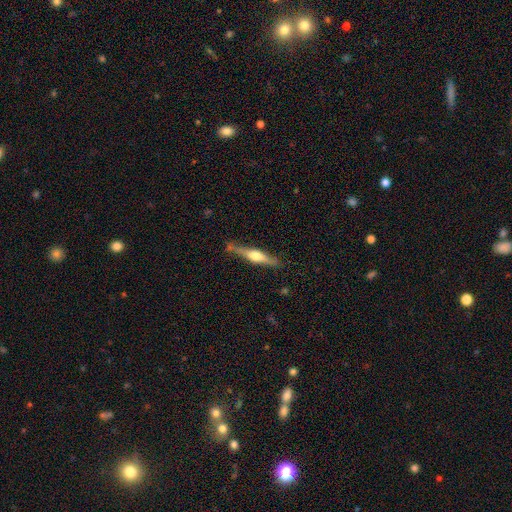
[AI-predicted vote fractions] This is likely a featured or disk galaxy (64%). It is clearly viewed edge-on (96%). Edge-on bulge: clearly rounded (89%). Merging: likely none (78%).